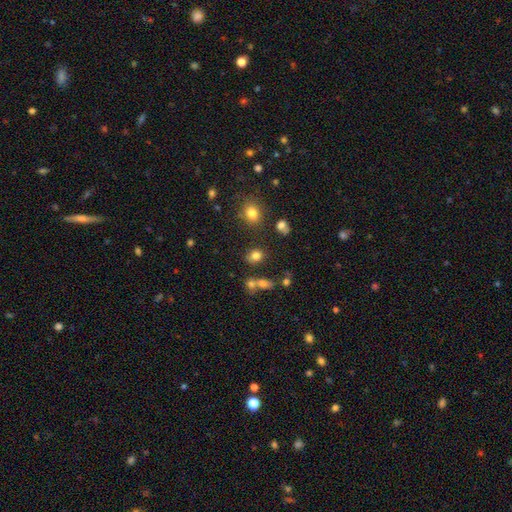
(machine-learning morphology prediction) Q: Smooth or featured?
A: smooth (77%); runner-up: star or artifact (15%)
Q: How rounded?
A: round (60%); runner-up: in between (39%)
Q: Merging?
A: none (68%); runner-up: merger (14%)